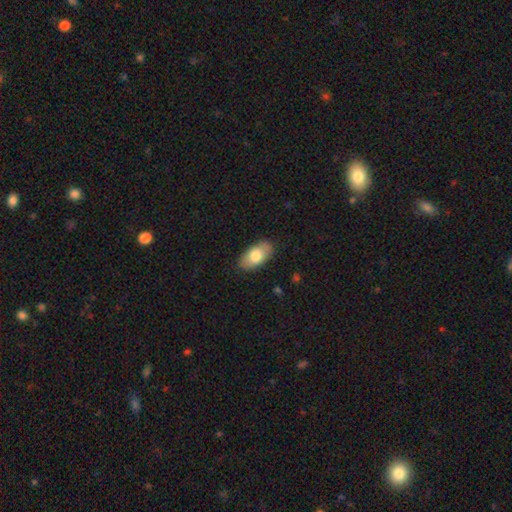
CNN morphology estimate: The model was most divided on "smooth or featured": smooth: 77%, featured or disk: 17%, star or artifact: 6%. More confident: how rounded — in between (93%); merging — none (86%).